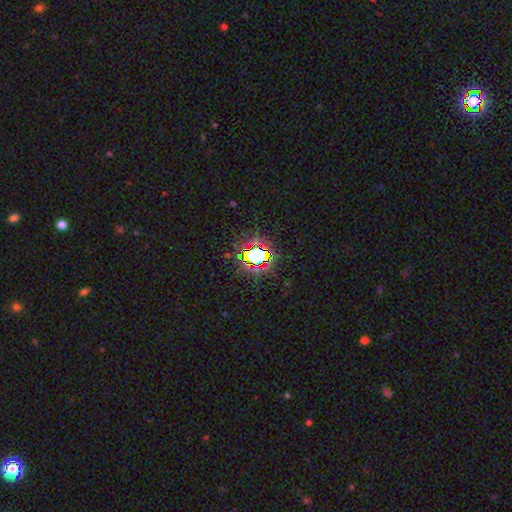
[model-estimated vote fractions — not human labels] A star or artifact, not a galaxy (73%).

Vote fractions:
- Smooth or featured? star or artifact: 73% / smooth: 16% / featured or disk: 10%